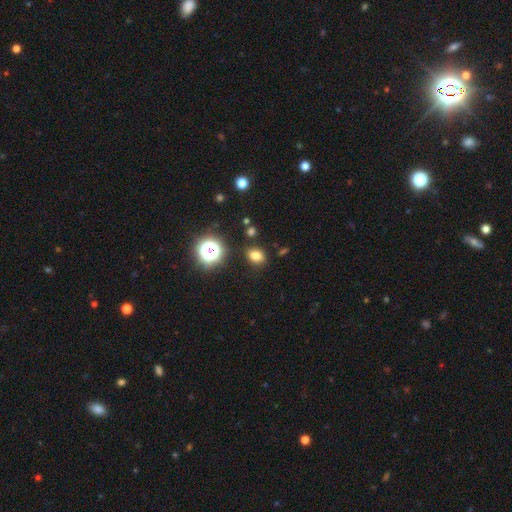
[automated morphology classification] Smooth or featured: smooth — 76% (star or artifact — 17%)
How rounded: in between — 67% (round — 32%)
Merging: none — 84% (minor disturbance — 10%)